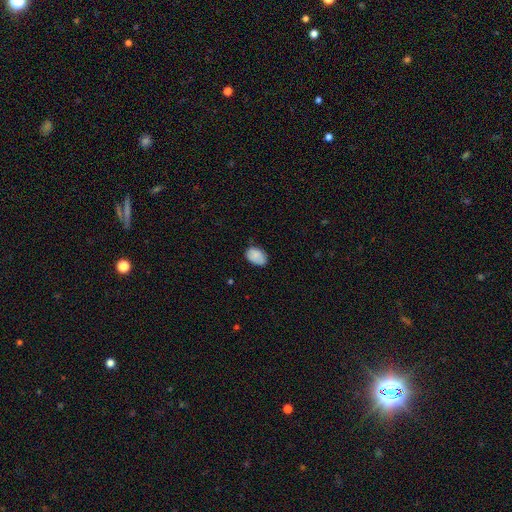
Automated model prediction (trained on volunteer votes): This is clearly a smooth galaxy (87%). How rounded: clearly in between (88%). Merging: likely none (73%).